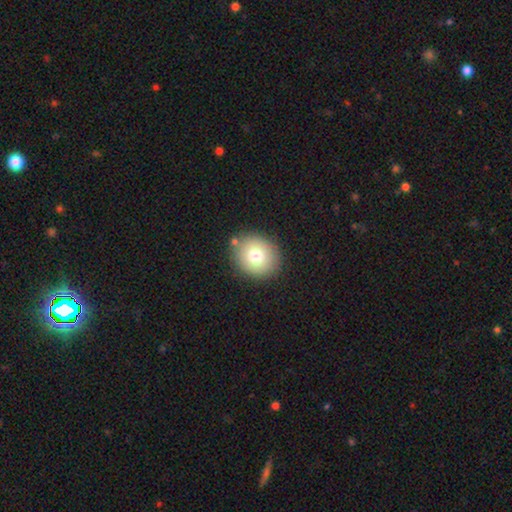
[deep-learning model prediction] This is likely a smooth galaxy (75%). How rounded: clearly round (80%). Merging: clearly none (85%).